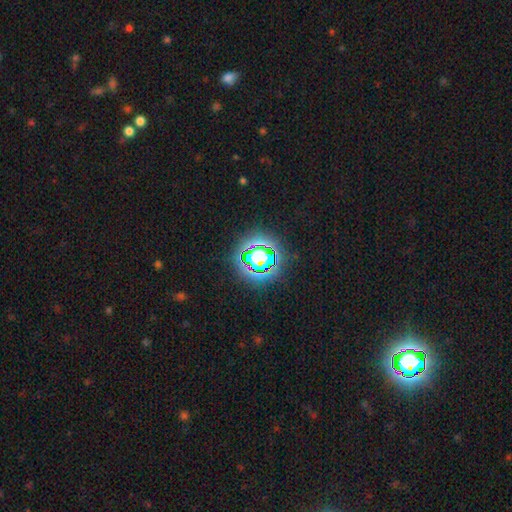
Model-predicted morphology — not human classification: smooth_or_featured: star or artifact (p=0.64) [alt: smooth p=0.24]